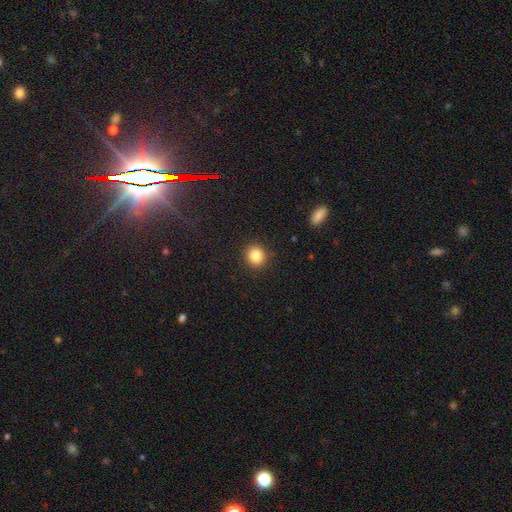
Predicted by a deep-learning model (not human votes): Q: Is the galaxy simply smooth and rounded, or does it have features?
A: smooth — 84%.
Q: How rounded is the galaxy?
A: round — 85%.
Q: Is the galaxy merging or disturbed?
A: none — 91%.